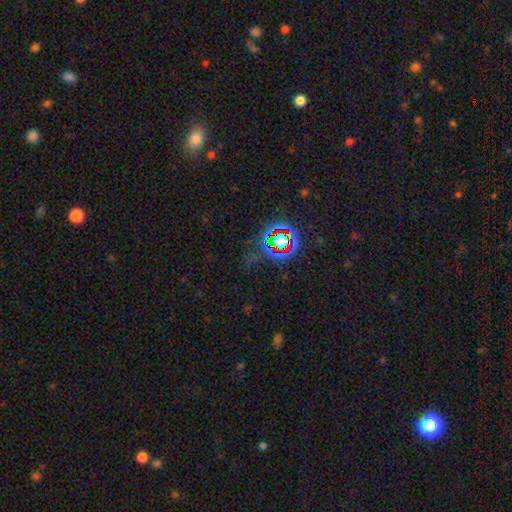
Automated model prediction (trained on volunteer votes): Q: Smooth or featured?
A: star or artifact (77%); runner-up: smooth (13%)